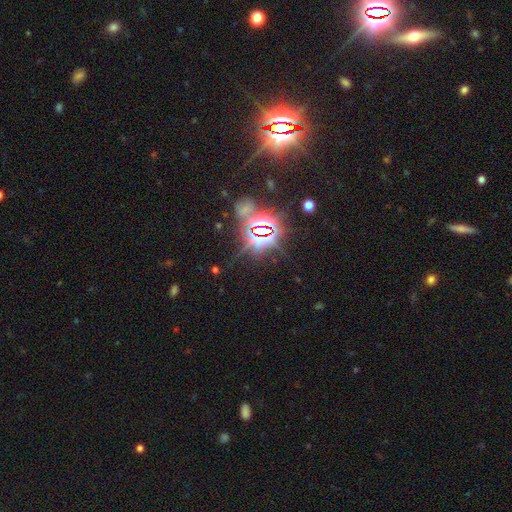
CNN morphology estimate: smooth_or_featured: star or artifact (p=0.81) [alt: smooth p=0.12]